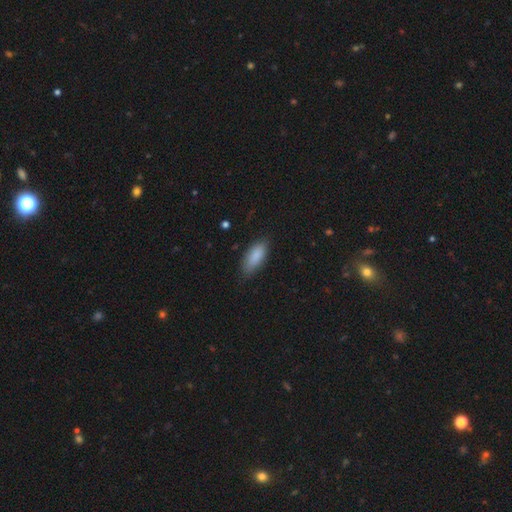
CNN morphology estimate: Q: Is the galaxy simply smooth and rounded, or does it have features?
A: smooth — 88%.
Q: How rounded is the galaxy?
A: in between — 81%.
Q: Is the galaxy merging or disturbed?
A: none — 80%.